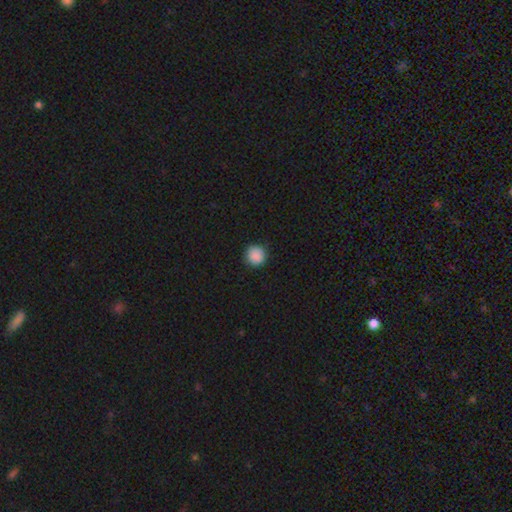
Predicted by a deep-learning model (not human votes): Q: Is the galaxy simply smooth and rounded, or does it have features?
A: smooth — 89%.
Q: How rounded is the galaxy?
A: round — 94%.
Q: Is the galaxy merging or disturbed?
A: none — 90%.